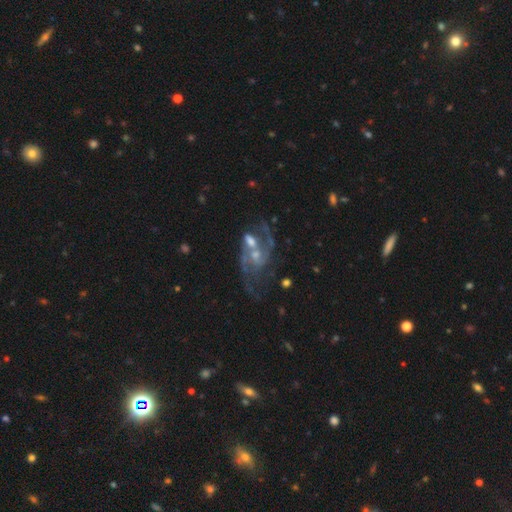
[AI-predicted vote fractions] A featured or disk galaxy (79%) with no bar (57%), 2 (72%) medium (43%, tied with loose) spiral arms (84%) and a moderate central bulge (49%). Merging: merger (33%).